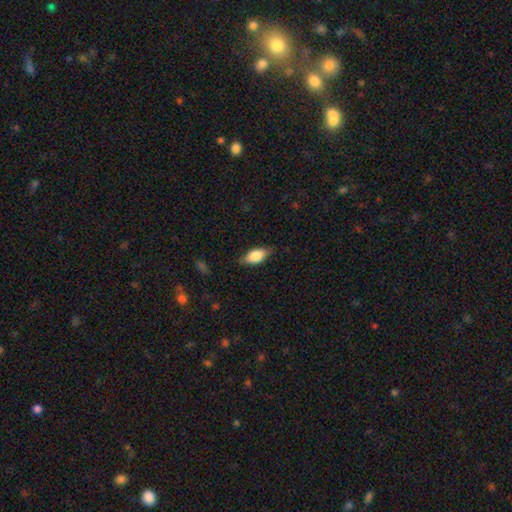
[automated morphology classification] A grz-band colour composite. It shows a smooth galaxy with no disk features (78%) that is in between round and cigar-shaped (86%). Merging: none (79%).